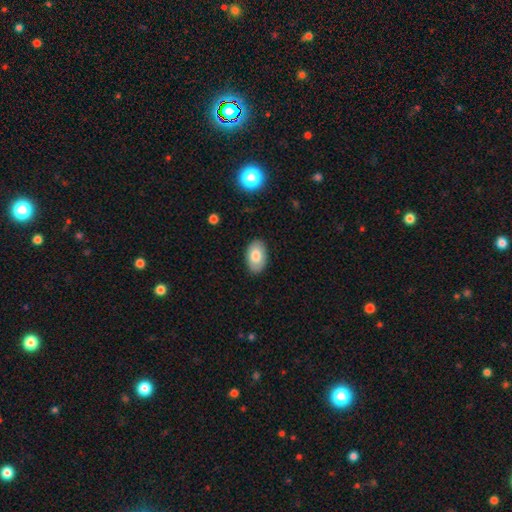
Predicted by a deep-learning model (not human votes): Smooth or featured? Predicted: smooth (p=0.80). How rounded? Predicted: in between (p=0.91). Merging? Predicted: none (p=0.87).